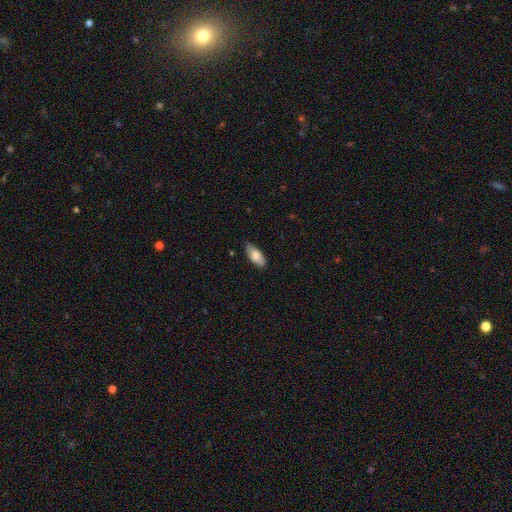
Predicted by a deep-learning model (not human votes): The model was most divided on "smooth or featured": smooth: 79%, featured or disk: 15%, star or artifact: 6%. More confident: how rounded — in between (88%); merging — none (81%).